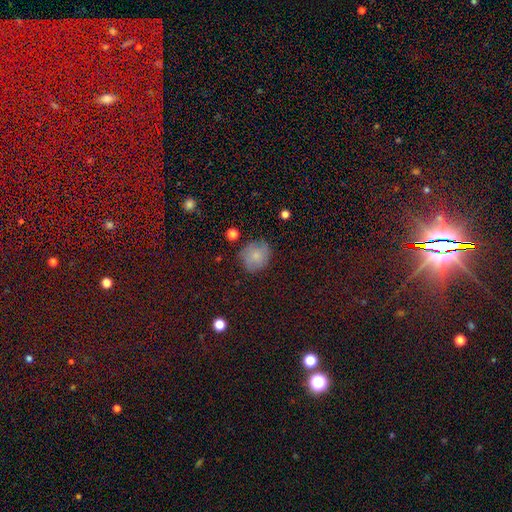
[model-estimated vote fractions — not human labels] Smooth or featured? smooth (72%)
How rounded? round (77%)
Merging? none (72%)